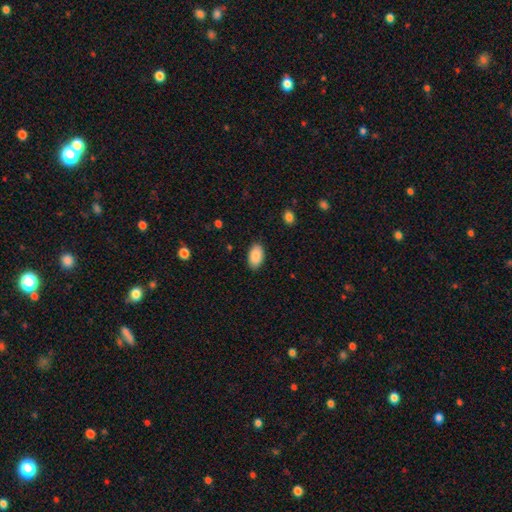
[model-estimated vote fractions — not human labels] smooth-or-featured: smooth: 90% | star or artifact: 7% | featured or disk: 3%
  how-rounded: in between: 94% | round: 4% | cigar-shaped: 1%
  merging: none: 88% | minor disturbance: 9% | major disturbance: 2% | merger: 1%